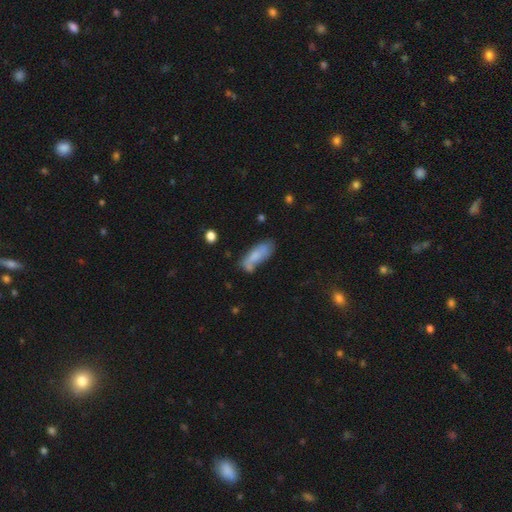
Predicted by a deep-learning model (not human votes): smooth-or-featured: smooth: 61% | featured or disk: 31% | star or artifact: 8%
  how-rounded: in between: 66% | cigar-shaped: 32% | round: 2%
  merging: none: 48% | minor disturbance: 29% | major disturbance: 13% | merger: 9%